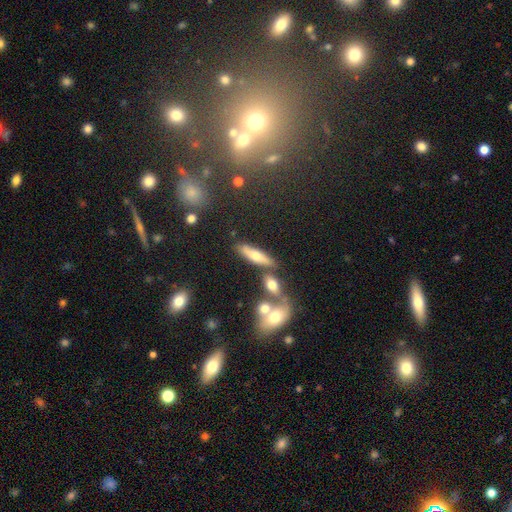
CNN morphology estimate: Smooth or featured?
  - smooth: 55% *
  - featured or disk: 35%
  - star or artifact: 9%
How rounded?
  - cigar-shaped: 60% *
  - in between: 36%
  - round: 5%
Merging?
  - none: 66% *
  - merger: 17%
  - minor disturbance: 12%
  - major disturbance: 5%